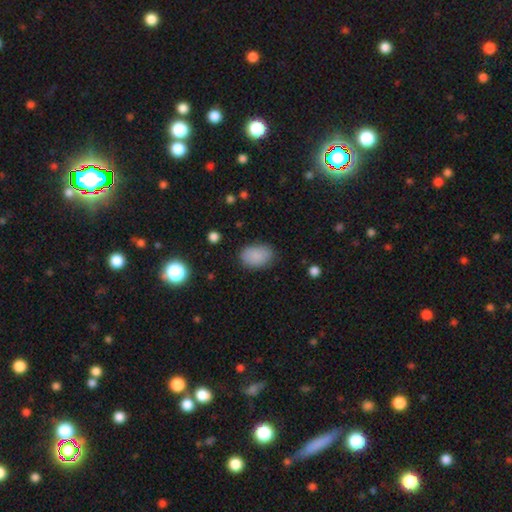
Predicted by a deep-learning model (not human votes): smooth_or_featured: smooth (p=0.86) [alt: star or artifact p=0.08]
how_rounded: in between (p=0.85) [alt: round p=0.13]
merging: none (p=0.80) [alt: minor disturbance p=0.15]